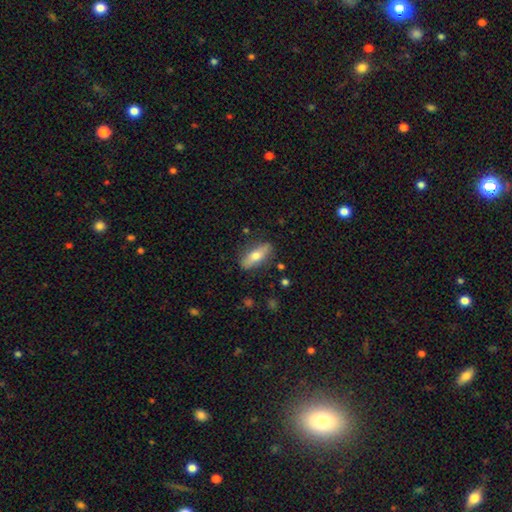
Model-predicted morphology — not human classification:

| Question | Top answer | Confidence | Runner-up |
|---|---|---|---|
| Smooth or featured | smooth | 61% | featured or disk (33%) |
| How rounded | in between | 59% | cigar-shaped (38%) |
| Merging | none | 83% | minor disturbance (12%) |